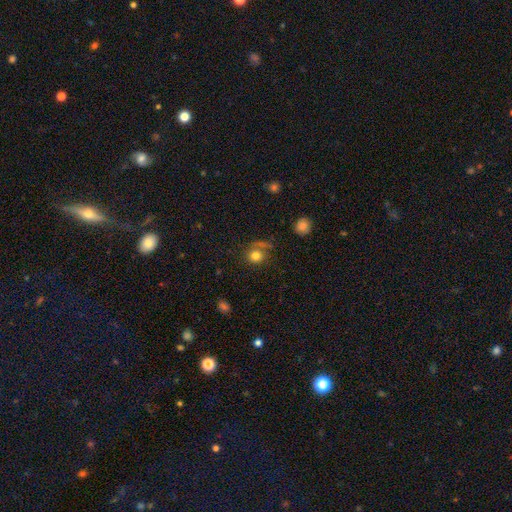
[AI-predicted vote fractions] Overall: smooth (78%). How rounded: round (82%). Merging: none (64%).